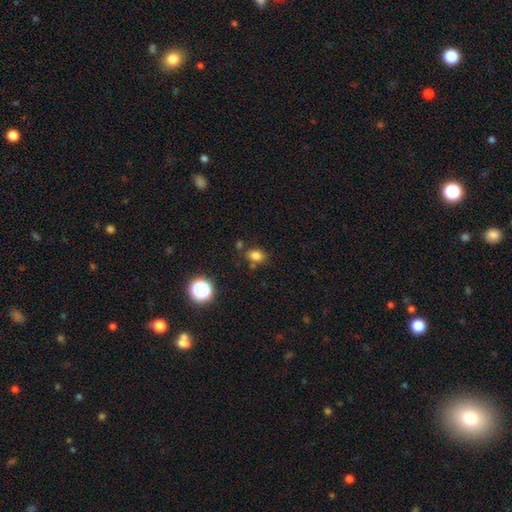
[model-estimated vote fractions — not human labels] A smooth galaxy with no disk features (80%) that is in between round and cigar-shaped (67%).

Vote fractions:
- Smooth or featured? smooth: 80% / star or artifact: 14% / featured or disk: 6%
- How rounded? in between: 67% / round: 32% / cigar-shaped: 1%
- Merging? none: 72% / minor disturbance: 15% / merger: 9% / major disturbance: 4%